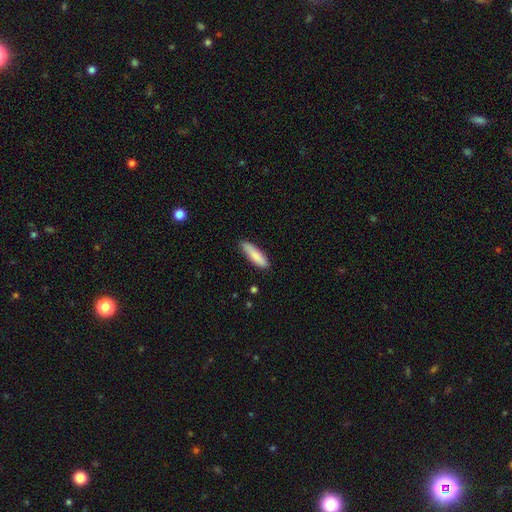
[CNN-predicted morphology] A smooth galaxy with no disk features (86%) that is cigar-shaped (66%).

Vote fractions:
- Smooth or featured? smooth: 86% / featured or disk: 9% / star or artifact: 6%
- How rounded? cigar-shaped: 66% / in between: 33% / round: 1%
- Merging? none: 82% / minor disturbance: 14% / major disturbance: 2% / merger: 1%